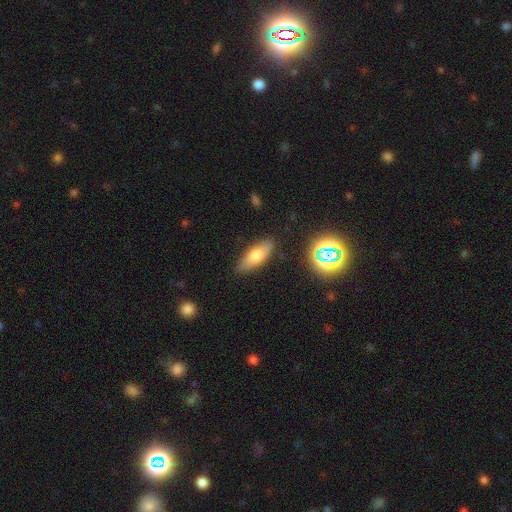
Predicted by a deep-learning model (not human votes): Q: Smooth or featured?
A: smooth (70%); runner-up: featured or disk (21%)
Q: How rounded?
A: in between (71%); runner-up: cigar-shaped (26%)
Q: Merging?
A: none (84%); runner-up: minor disturbance (12%)